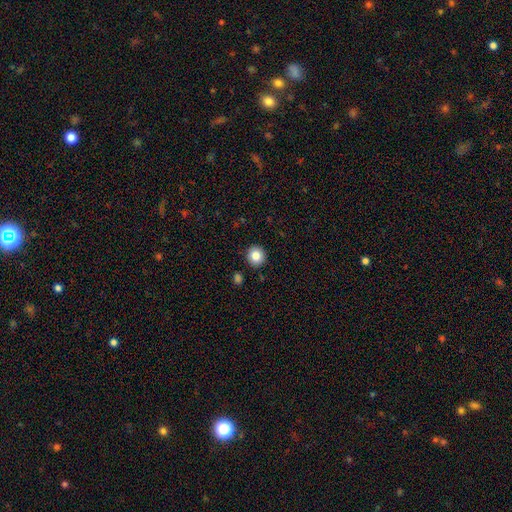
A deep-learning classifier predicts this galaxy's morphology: type=smooth (84%); roundness=round (93%); merging=none (91%).